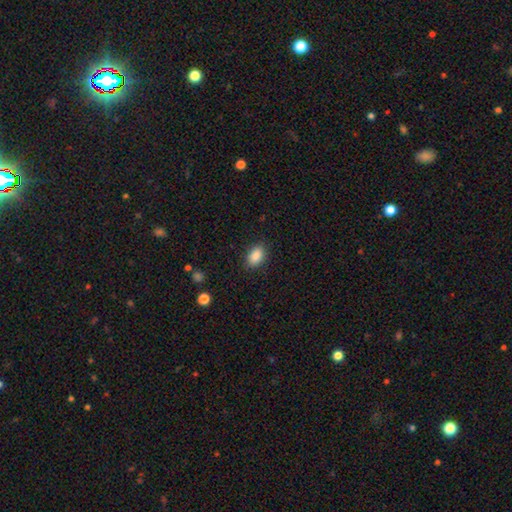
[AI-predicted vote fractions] This is clearly a smooth galaxy (88%). How rounded: clearly in between (88%). Merging: clearly none (87%).